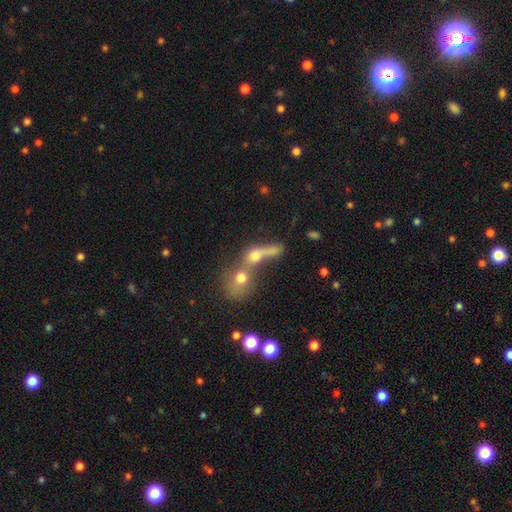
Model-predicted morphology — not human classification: smooth 58%, featured or disk 26%, star or artifact 16%. Down the decision tree: how rounded — round (46%); merging — merger (70%).